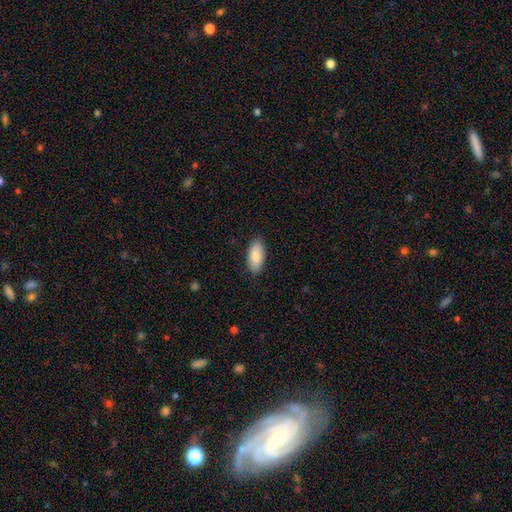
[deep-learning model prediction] smooth-or-featured: smooth: 83% | featured or disk: 11% | star or artifact: 6%
  how-rounded: in between: 92% | cigar-shaped: 6% | round: 2%
  merging: none: 87% | minor disturbance: 10% | major disturbance: 2% | merger: 1%